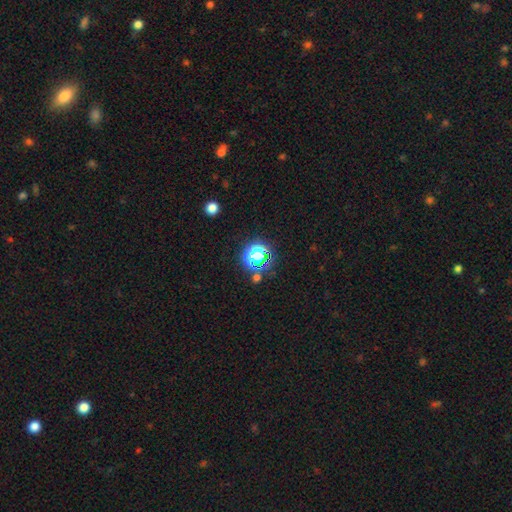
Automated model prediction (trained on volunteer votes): Morphology: type=star or artifact (56%).